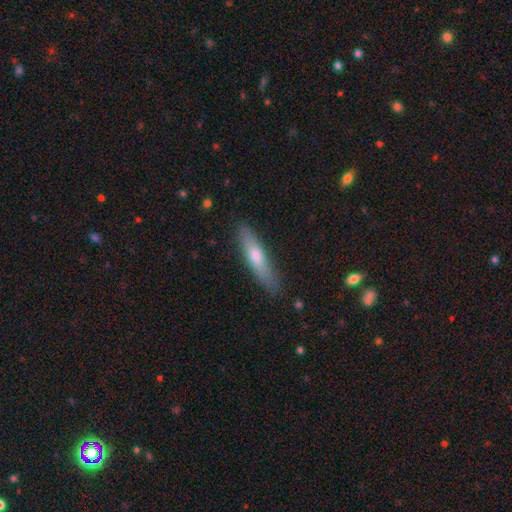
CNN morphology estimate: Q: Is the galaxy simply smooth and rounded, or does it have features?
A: smooth — 60%.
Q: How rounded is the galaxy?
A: cigar-shaped — 84%.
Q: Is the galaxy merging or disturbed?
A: none — 85%.